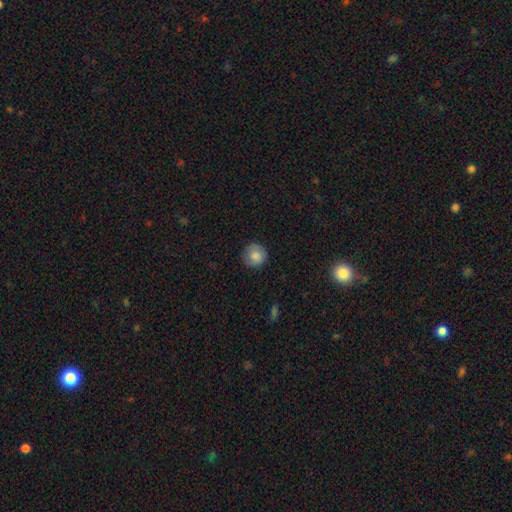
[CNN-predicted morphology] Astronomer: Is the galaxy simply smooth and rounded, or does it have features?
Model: smooth — 83%.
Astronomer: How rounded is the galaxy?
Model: round — 92%.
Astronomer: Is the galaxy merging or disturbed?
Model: none — 85%.